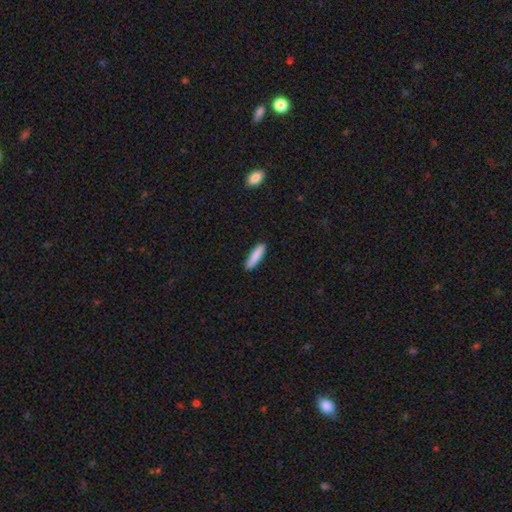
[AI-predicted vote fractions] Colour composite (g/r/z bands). It shows a smooth galaxy with no disk features (87%) that is cigar-shaped (79%). Merging: none (88%).